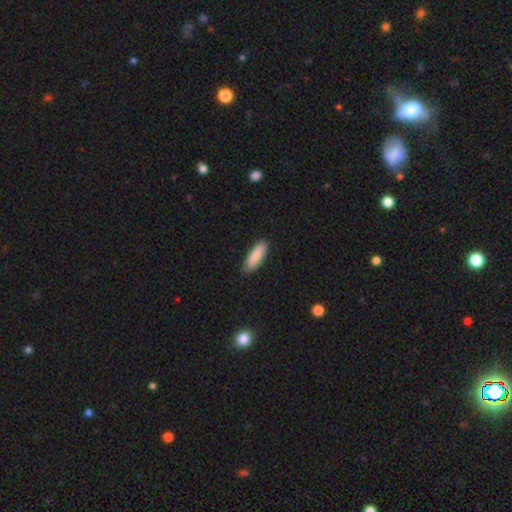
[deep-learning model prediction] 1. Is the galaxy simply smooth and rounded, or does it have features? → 86% smooth, 8% featured or disk, 6% star or artifact.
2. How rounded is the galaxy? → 55% in between, 43% cigar-shaped, 2% round.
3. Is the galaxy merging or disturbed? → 84% none, 13% minor disturbance, 2% major disturbance, 1% merger.